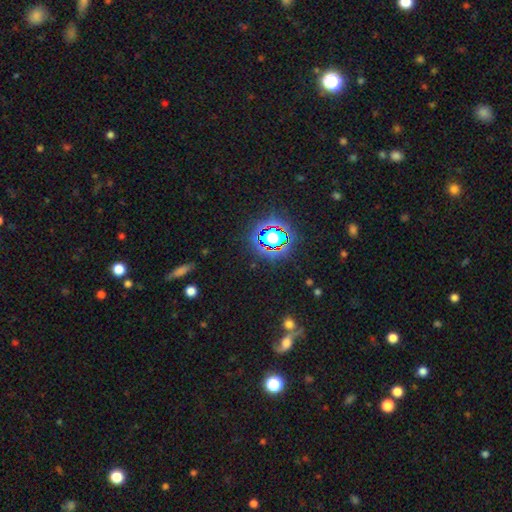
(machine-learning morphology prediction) This is likely a star or artifact rather than a galaxy (78%).